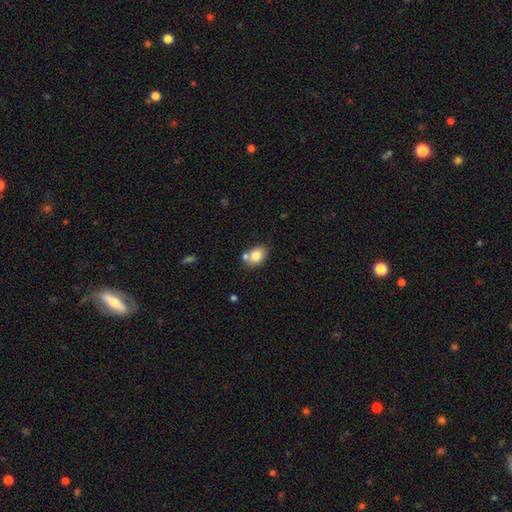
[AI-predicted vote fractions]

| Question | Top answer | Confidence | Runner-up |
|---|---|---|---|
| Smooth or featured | smooth | 79% | featured or disk (11%) |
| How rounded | in between | 68% | round (31%) |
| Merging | none | 60% | merger (22%) |